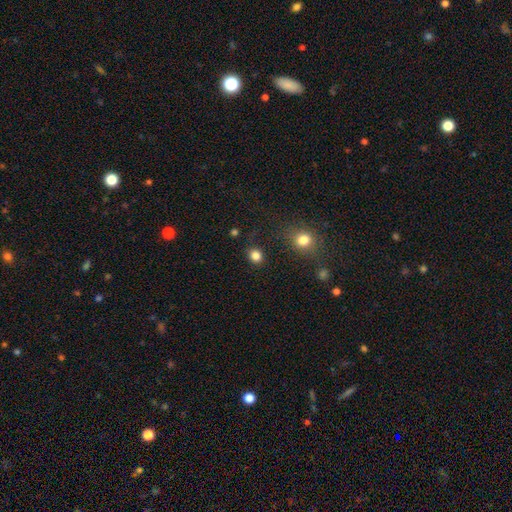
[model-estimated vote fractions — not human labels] Smooth or featured?
  - smooth: 83% *
  - star or artifact: 13%
  - featured or disk: 4%
How rounded?
  - round: 76% *
  - in between: 23%
  - cigar-shaped: 1%
Merging?
  - none: 83% *
  - minor disturbance: 10%
  - major disturbance: 4%
  - merger: 3%